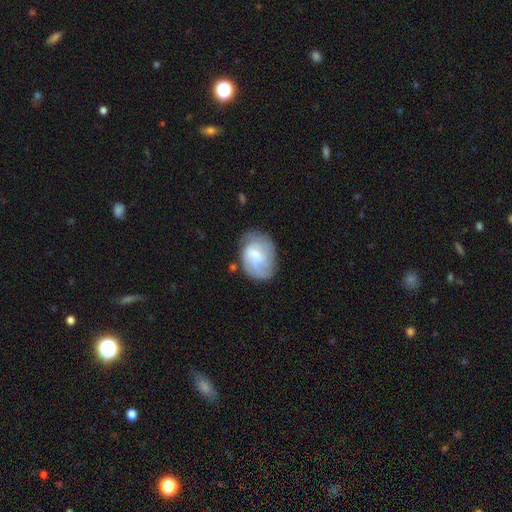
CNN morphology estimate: This is likely a featured or disk galaxy (61%). It is clearly not viewed edge-on (97%). Bar: possibly weak (47%). Spiral arm pattern: clearly yes (85%). Spiral arm count: marginally can't tell (37%). Spiral winding: marginally tight (41%). Central bulge: likely small (60%). Merging: likely none (65%).